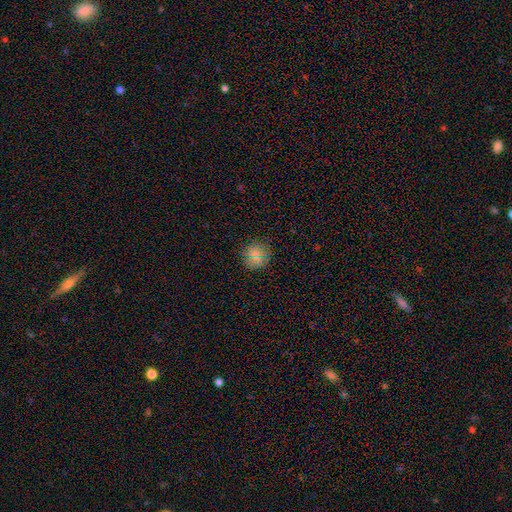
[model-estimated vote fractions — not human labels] smooth_or_featured: smooth (p=0.77) [alt: star or artifact p=0.15]
how_rounded: round (p=0.90) [alt: in between p=0.09]
merging: none (p=0.87) [alt: minor disturbance p=0.09]